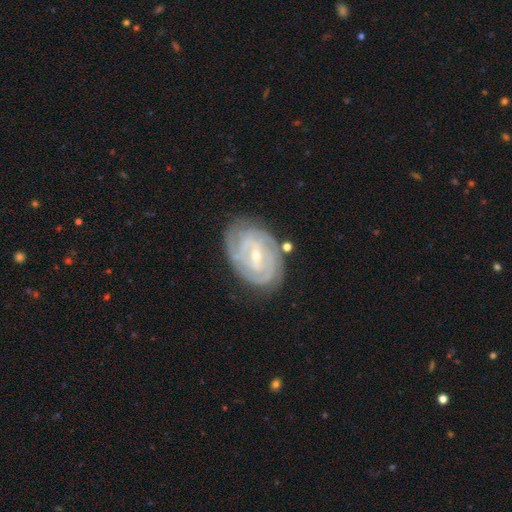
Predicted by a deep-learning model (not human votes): The model was most divided on "spiral arm count": 3: 27%, can't tell: 23%, 2: 21%, 4: 19%, more than 4: 5%, 1: 5%. Remaining: spiral arms — yes (97%); edge-on disk — no (97%); smooth or featured — featured or disk (88%); merging — none (77%); spiral winding — tight (77%); bulge size — small (64%); bar — weak (50%).